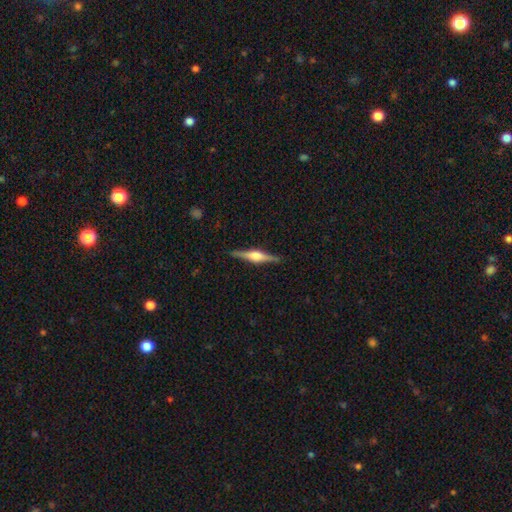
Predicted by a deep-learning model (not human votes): Smooth or featured: featured or disk — 77% (smooth — 18%)
Edge-on disk: yes — 98% (no — 2%)
Edge-on bulge: rounded — 81% (boxy — 15%)
Merging: none — 90% (minor disturbance — 7%)